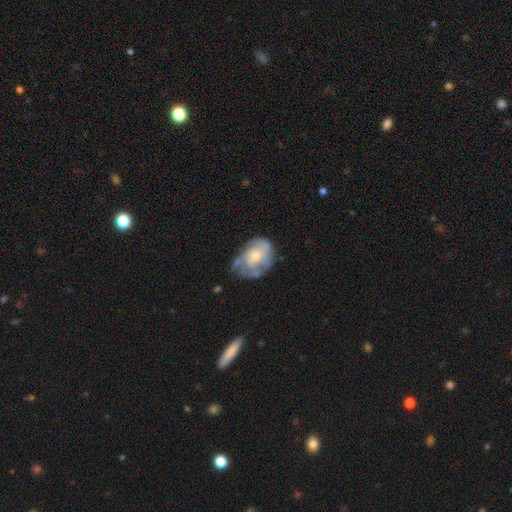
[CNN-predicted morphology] type=featured or disk (59%); edge-on=no (97%); bar=no (80%); spiral arms=yes (59%); bulge=small (54%); merging=none (42%).